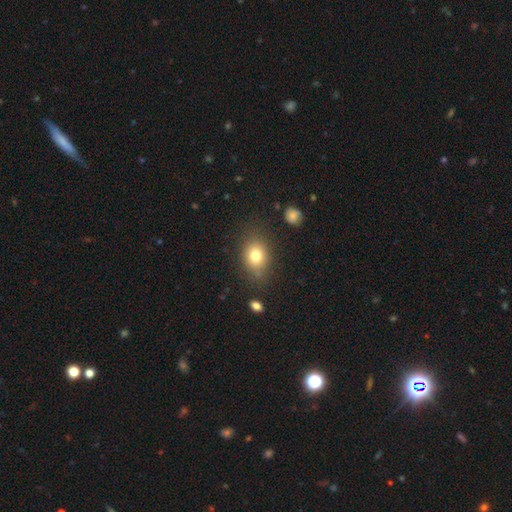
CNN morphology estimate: This is likely a smooth galaxy (78%). How rounded: possibly in between (58%). Merging: likely none (77%).